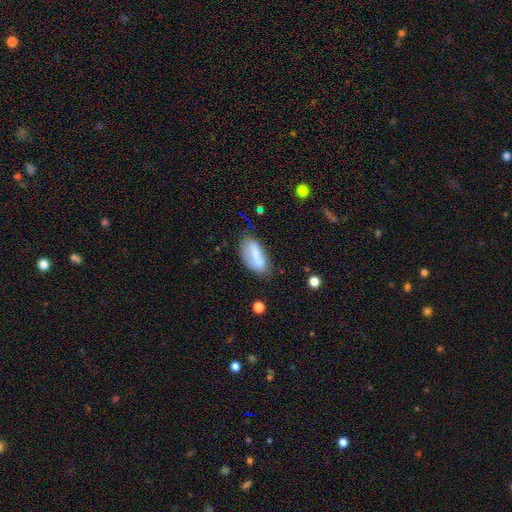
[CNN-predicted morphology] smooth-or-featured: smooth: 64% | featured or disk: 28% | star or artifact: 8%
  how-rounded: in between: 84% | cigar-shaped: 13% | round: 3%
  merging: none: 59% | minor disturbance: 26% | major disturbance: 9% | merger: 6%